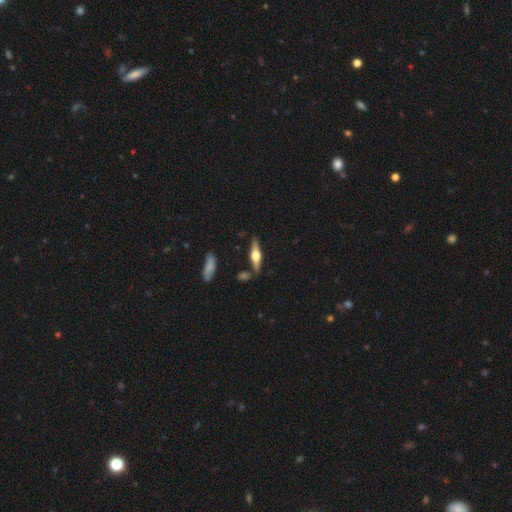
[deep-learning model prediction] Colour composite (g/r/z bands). It shows a featured or disk galaxy (68%) viewed edge-on (96%) with a rounded central bulge (93%). Merging: none (83%).